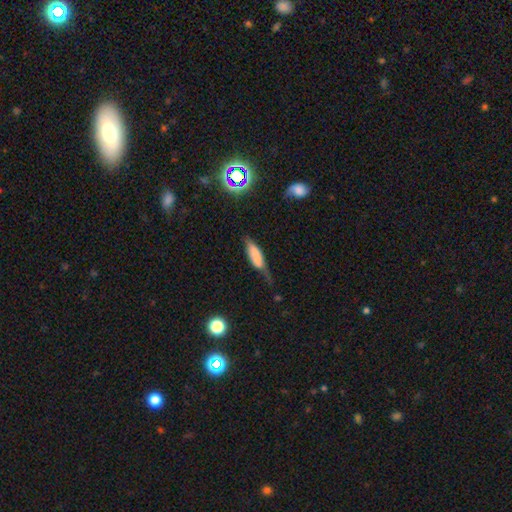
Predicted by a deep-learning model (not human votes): smooth_or_featured: smooth (p=0.67) [alt: featured or disk p=0.25]
how_rounded: in between (p=0.49) [alt: cigar-shaped p=0.48]
merging: minor disturbance (p=0.38) [alt: none p=0.33]